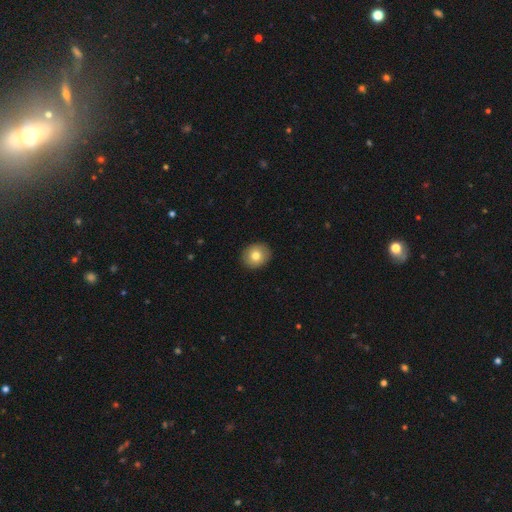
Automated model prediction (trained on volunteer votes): Overall: smooth (78%). How rounded: round (78%). Merging: none (91%).